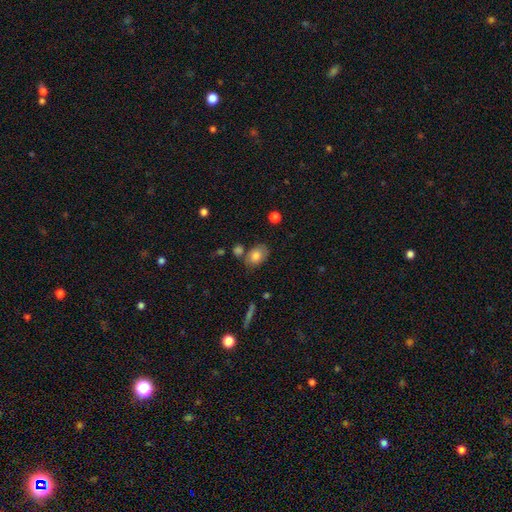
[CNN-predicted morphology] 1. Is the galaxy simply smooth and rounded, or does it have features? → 79% smooth, 12% featured or disk, 9% star or artifact.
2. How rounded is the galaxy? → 75% in between, 24% round, 1% cigar-shaped.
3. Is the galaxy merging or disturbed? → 65% none, 19% minor disturbance, 10% merger, 5% major disturbance.